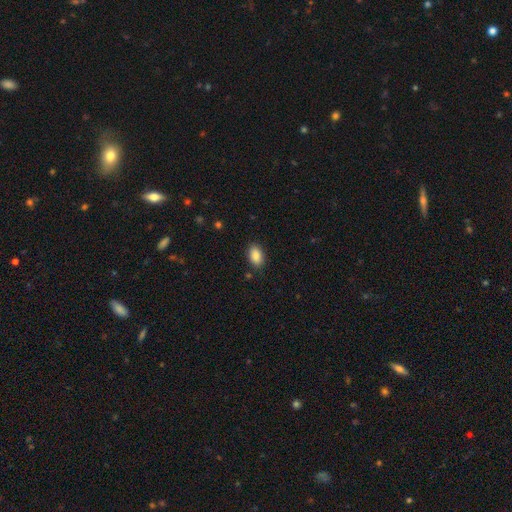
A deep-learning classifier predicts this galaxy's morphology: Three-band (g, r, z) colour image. It shows a smooth galaxy with no disk features (89%) that is in between round and cigar-shaped (90%). Merging: none (87%).